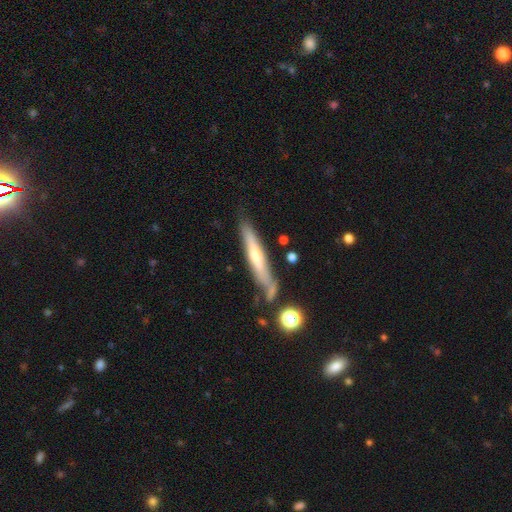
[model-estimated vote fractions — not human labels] This is likely a featured or disk galaxy (60%). It is clearly viewed edge-on (88%). Edge-on bulge: likely rounded (67%). Merging: likely none (72%).